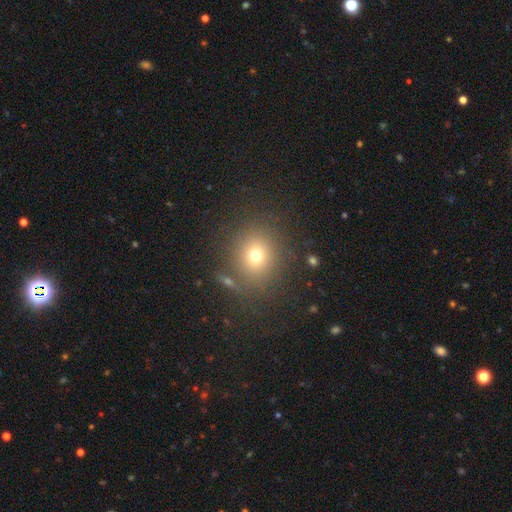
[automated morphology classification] This appears to be a smooth galaxy with no disk features (71%) that is round (81%). Merging: none (82%).